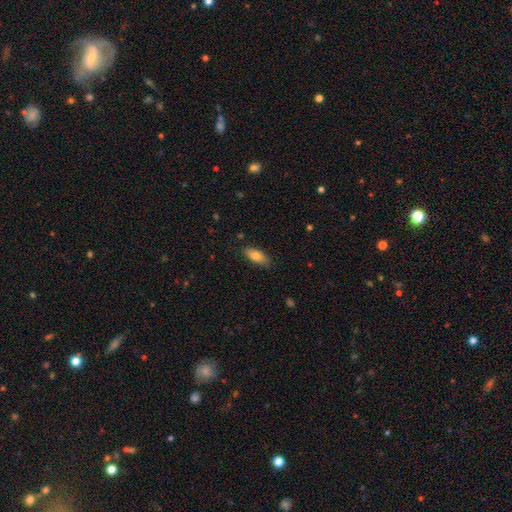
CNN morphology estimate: This appears to be a smooth galaxy with no disk features (78%) that is in between round and cigar-shaped (76%). Merging: none (82%).